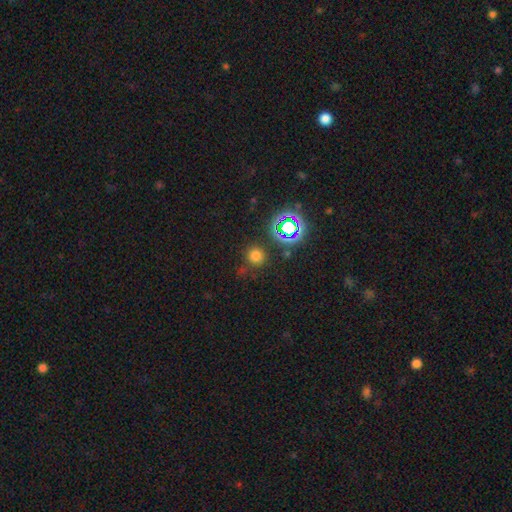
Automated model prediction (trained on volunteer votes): Q: Smooth or featured?
A: smooth (67%); runner-up: star or artifact (27%)
Q: How rounded?
A: round (92%); runner-up: in between (7%)
Q: Merging?
A: none (82%); runner-up: minor disturbance (9%)